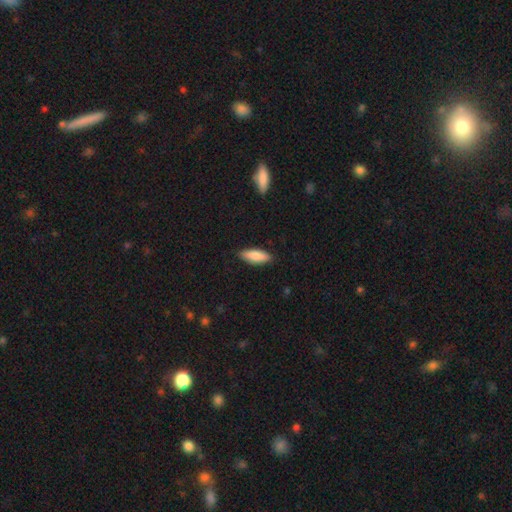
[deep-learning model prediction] This is clearly a smooth galaxy (85%). How rounded: likely in between (67%). Merging: clearly none (87%).